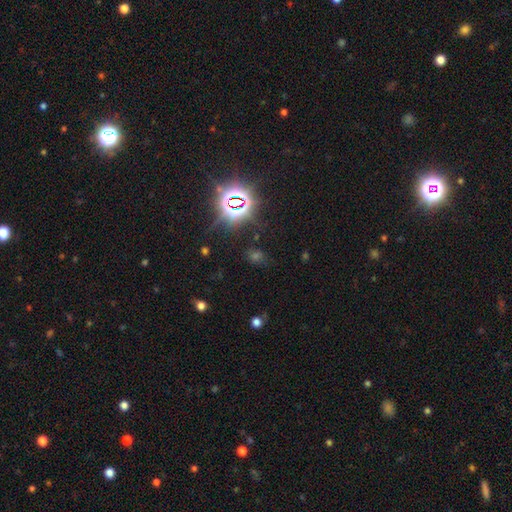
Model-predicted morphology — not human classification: star or artifact 70%, smooth 21%, featured or disk 9%.